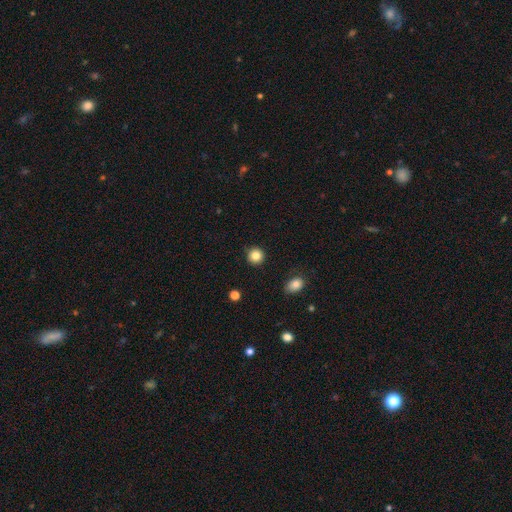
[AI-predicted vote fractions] Smooth or featured? Predicted: smooth (p=0.85). How rounded? Predicted: round (p=0.94). Merging? Predicted: none (p=0.91).